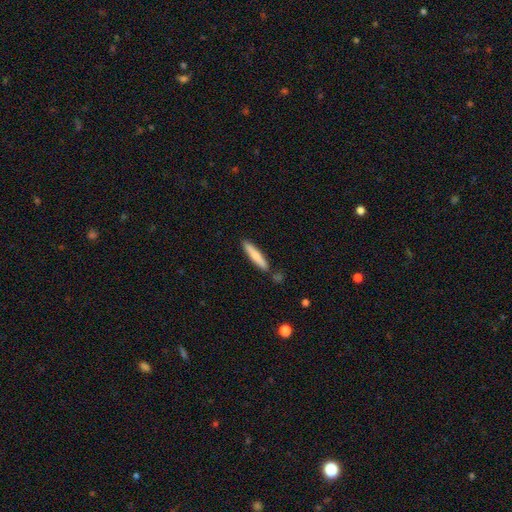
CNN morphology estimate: smooth 73%, featured or disk 21%, star or artifact 6%. Down the decision tree: how rounded — cigar-shaped (91%); merging — none (83%).